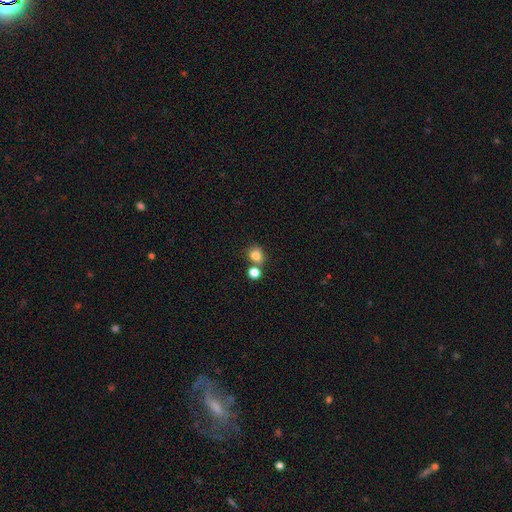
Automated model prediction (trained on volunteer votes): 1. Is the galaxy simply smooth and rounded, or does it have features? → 81% smooth, 12% star or artifact, 7% featured or disk.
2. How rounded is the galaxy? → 73% round, 26% in between, 1% cigar-shaped.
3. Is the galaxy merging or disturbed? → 62% none, 25% merger, 10% minor disturbance, 3% major disturbance.